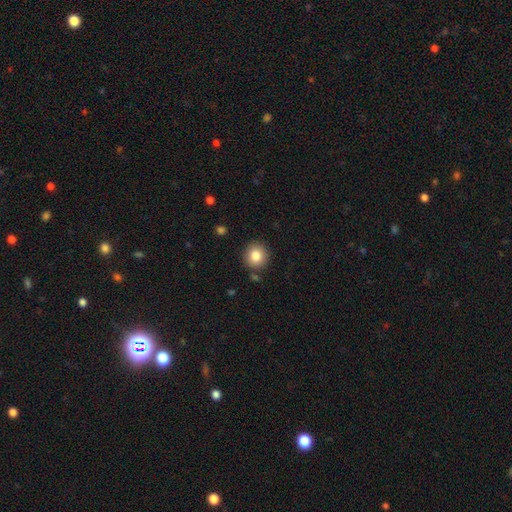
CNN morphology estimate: This is clearly a smooth galaxy (83%). How rounded: clearly round (90%). Merging: clearly none (87%).